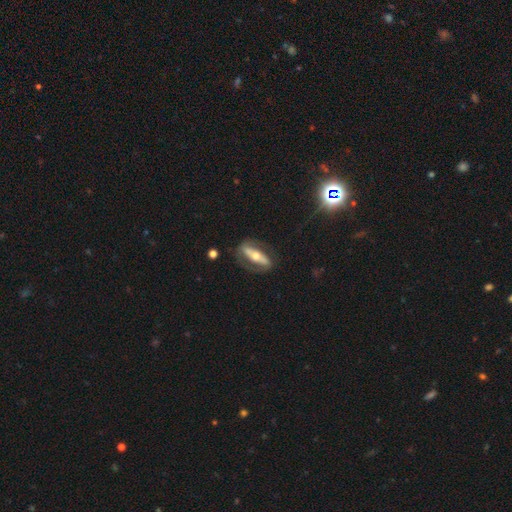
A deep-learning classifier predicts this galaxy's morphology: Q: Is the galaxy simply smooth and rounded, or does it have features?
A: featured or disk — 69%.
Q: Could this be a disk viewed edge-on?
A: no — 63%.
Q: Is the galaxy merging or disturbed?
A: none — 72%.